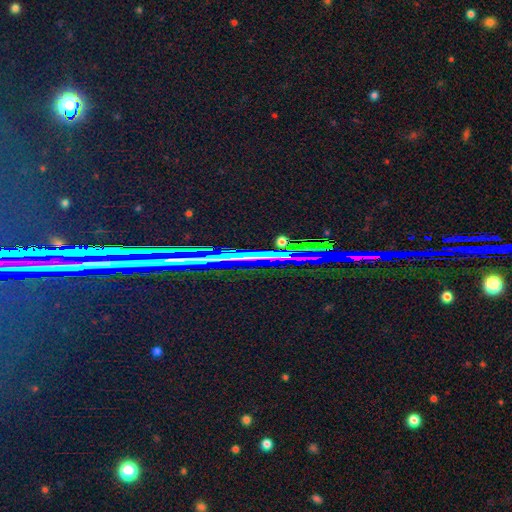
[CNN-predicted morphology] The model was most divided on "smooth or featured": star or artifact: 71%, featured or disk: 15%, smooth: 13%.